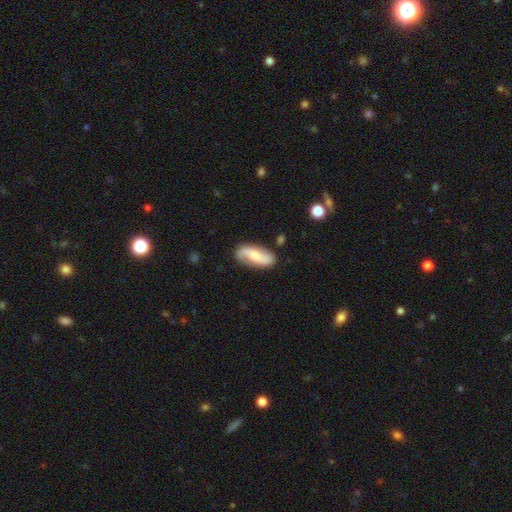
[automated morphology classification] Smooth or featured? featured or disk (59%)
Edge-on disk? no (92%)
Bar? no (45%)
Spiral arms? yes (91%)
Bulge size? moderate (38%)
Merging? none (75%)